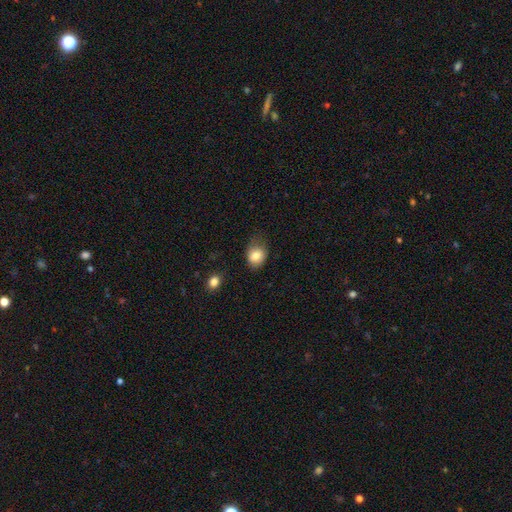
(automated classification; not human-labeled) The model was most divided on "how rounded": in between: 51%, round: 49%, cigar-shaped: 1%. More confident: smooth or featured — smooth (81%); merging — none (59%).